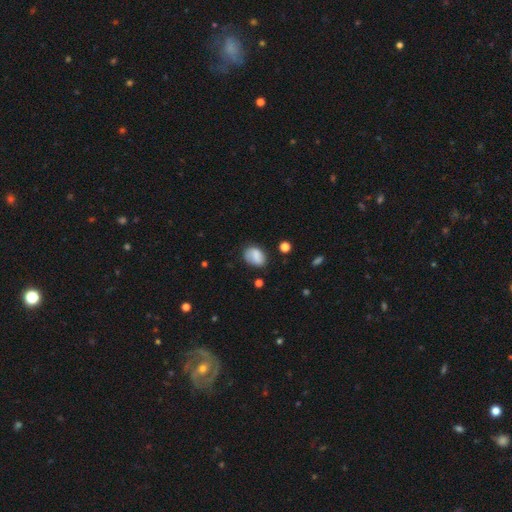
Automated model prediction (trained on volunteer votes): smooth_or_featured: smooth (p=0.81) [alt: featured or disk p=0.10]
how_rounded: in between (p=0.76) [alt: round p=0.22]
merging: none (p=0.66) [alt: minor disturbance p=0.25]